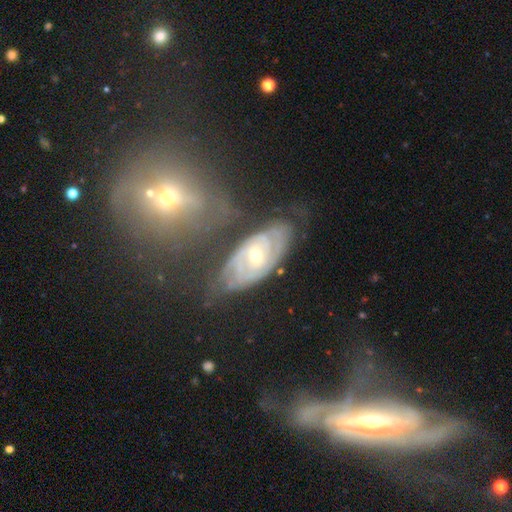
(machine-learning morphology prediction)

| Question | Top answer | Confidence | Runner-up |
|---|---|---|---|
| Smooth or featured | featured or disk | 84% | smooth (9%) |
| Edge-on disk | no | 93% | yes (7%) |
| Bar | no | 56% | weak (33%) |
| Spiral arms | yes | 90% | no (10%) |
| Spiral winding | tight | 74% | medium (21%) |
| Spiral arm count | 2 | 39% | can't tell (36%) |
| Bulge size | moderate | 55% | small (42%) |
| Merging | none | 68% | minor disturbance (19%) |